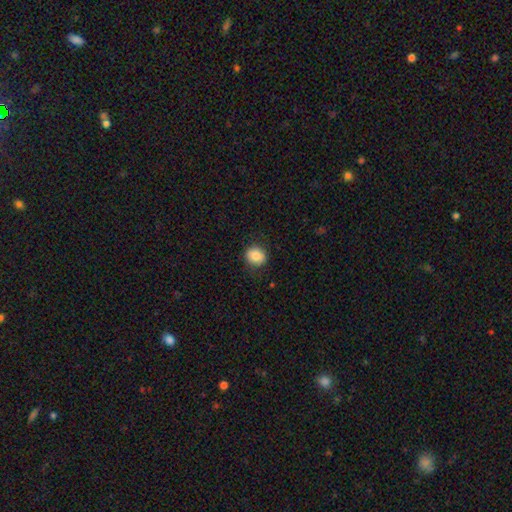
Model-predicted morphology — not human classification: smooth 86%, star or artifact 9%, featured or disk 6%. Down the decision tree: how rounded — round (68%); merging — none (86%).